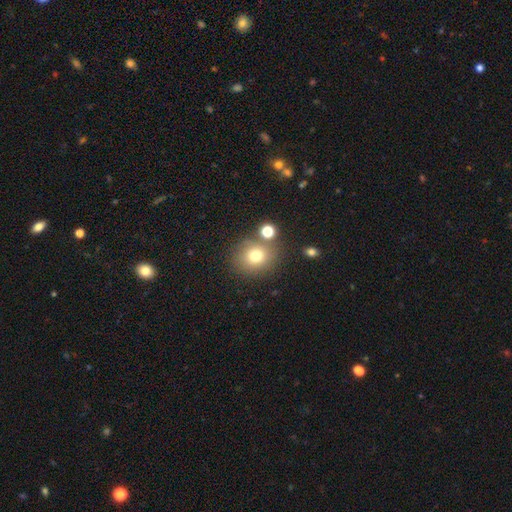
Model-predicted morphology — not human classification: smooth 75%, star or artifact 14%, featured or disk 11%. Down the decision tree: how rounded — round (80%); merging — none (73%).